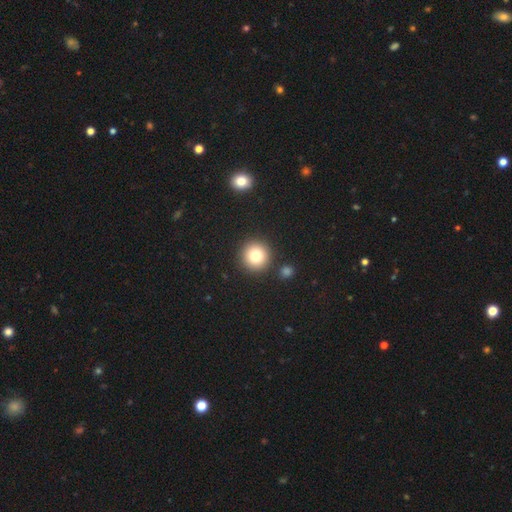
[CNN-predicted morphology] This is likely a smooth galaxy (80%). How rounded: clearly round (95%). Merging: clearly none (88%).